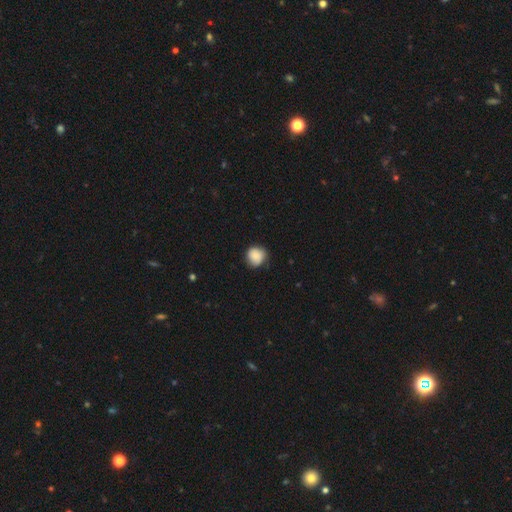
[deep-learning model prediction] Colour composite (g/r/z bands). It shows a smooth galaxy with no disk features (79%) that is round (88%). Merging: none (70%).